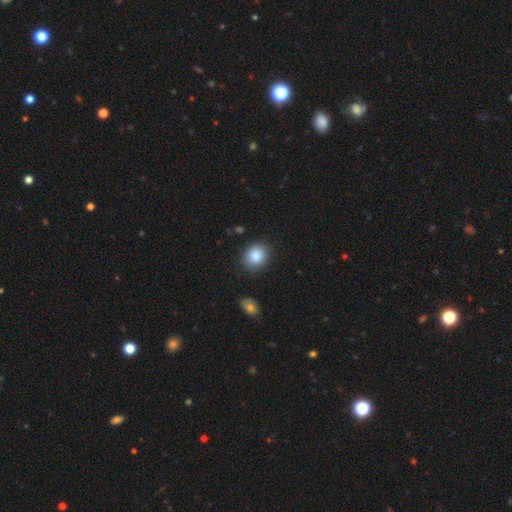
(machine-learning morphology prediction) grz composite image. It shows a smooth galaxy with no disk features (87%) that is round (64%). Merging: none (85%).